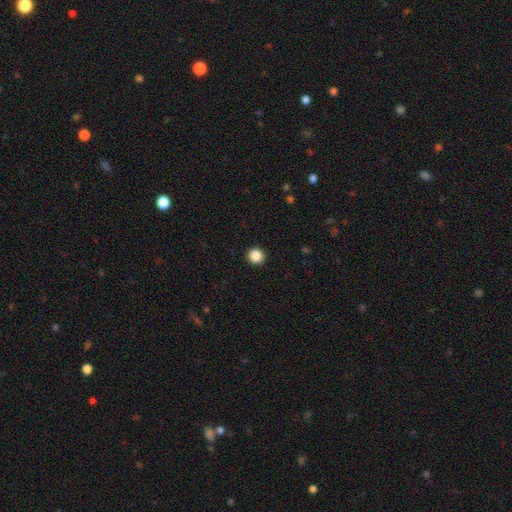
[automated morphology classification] This is clearly a smooth galaxy (87%). How rounded: clearly round (94%). Merging: clearly none (93%).